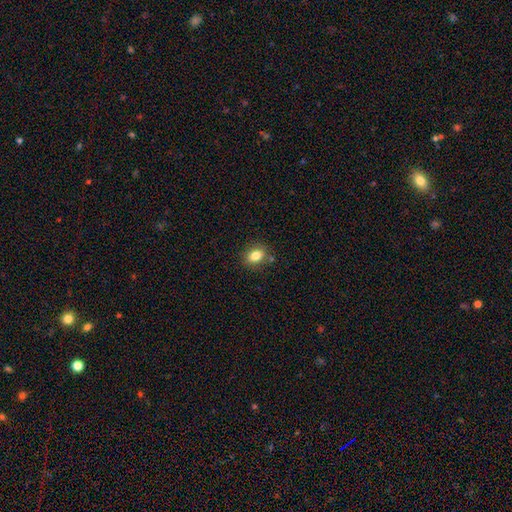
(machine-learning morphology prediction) This appears to be a smooth galaxy with no disk features (81%) that is in between round and cigar-shaped (67%). Merging: none (83%).